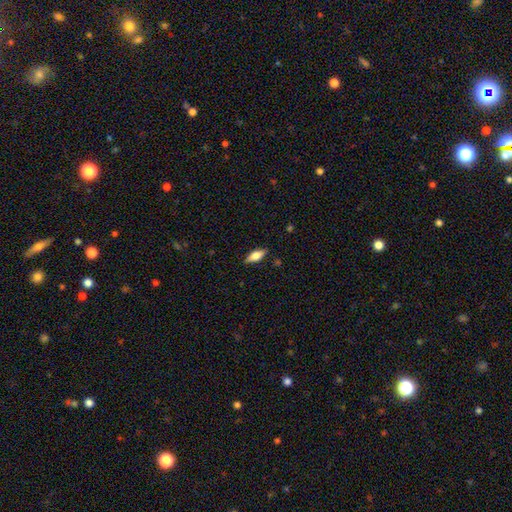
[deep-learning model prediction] smooth_or_featured: smooth (p=0.59) [alt: featured or disk p=0.34]
how_rounded: in between (p=0.71) [alt: cigar-shaped p=0.26]
merging: none (p=0.86) [alt: minor disturbance p=0.11]